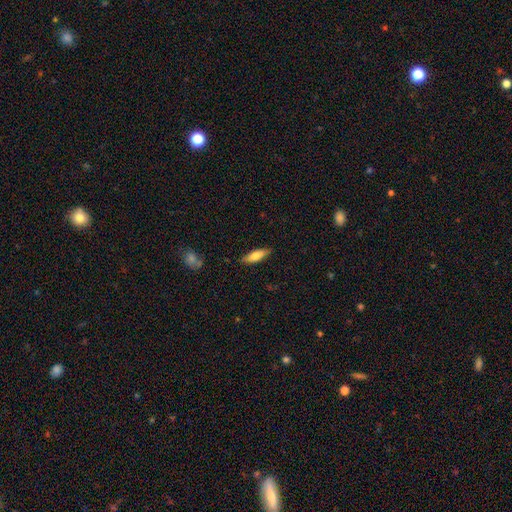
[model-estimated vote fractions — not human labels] Overall: smooth (72%). How rounded: cigar-shaped (50%; in between 48%). Merging: none (84%).